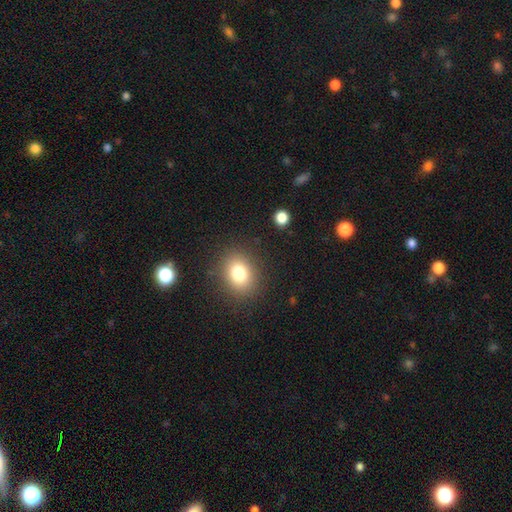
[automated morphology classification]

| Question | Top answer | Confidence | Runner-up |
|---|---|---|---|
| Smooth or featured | smooth | 70% | star or artifact (23%) |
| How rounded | round | 70% | in between (29%) |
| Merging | none | 90% | minor disturbance (6%) |